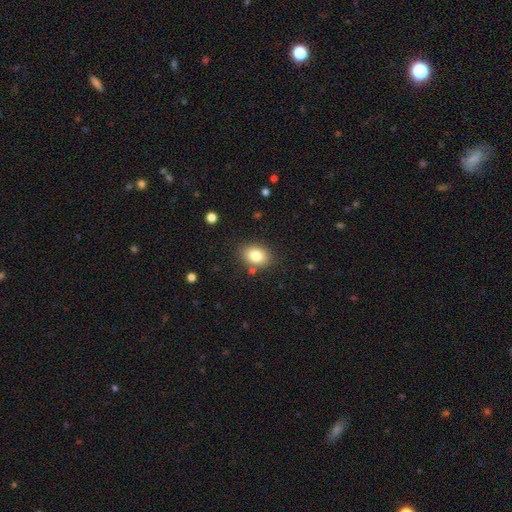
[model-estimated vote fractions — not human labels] Q: Smooth or featured?
A: smooth (82%); runner-up: star or artifact (9%)
Q: How rounded?
A: in between (68%); runner-up: round (31%)
Q: Merging?
A: none (82%); runner-up: minor disturbance (12%)